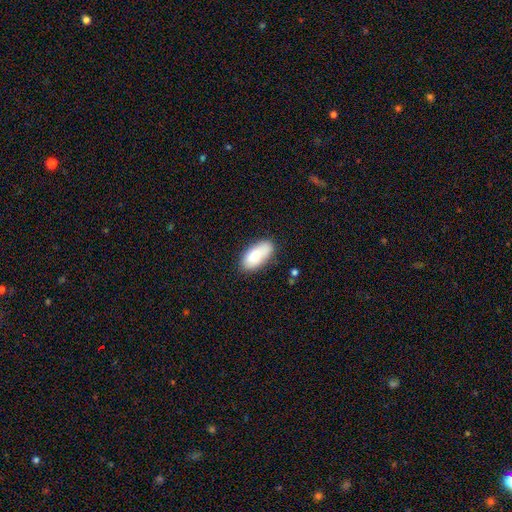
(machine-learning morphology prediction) Overall: smooth (81%). How rounded: in between (93%). Merging: none (74%).